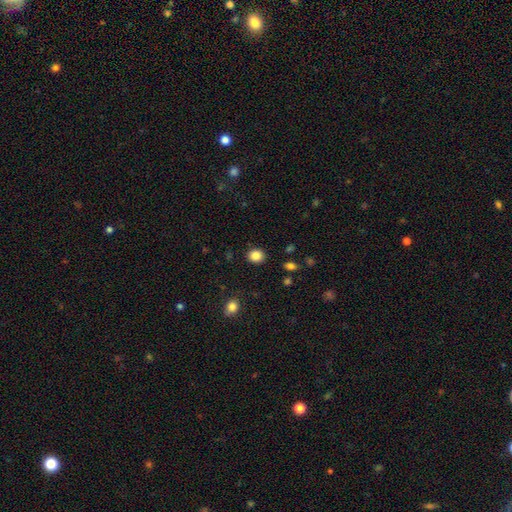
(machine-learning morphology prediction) Smooth or featured?
  - smooth: 86% *
  - star or artifact: 10%
  - featured or disk: 4%
How rounded?
  - round: 74% *
  - in between: 26%
  - cigar-shaped: 1%
Merging?
  - none: 89% *
  - minor disturbance: 7%
  - major disturbance: 2%
  - merger: 1%